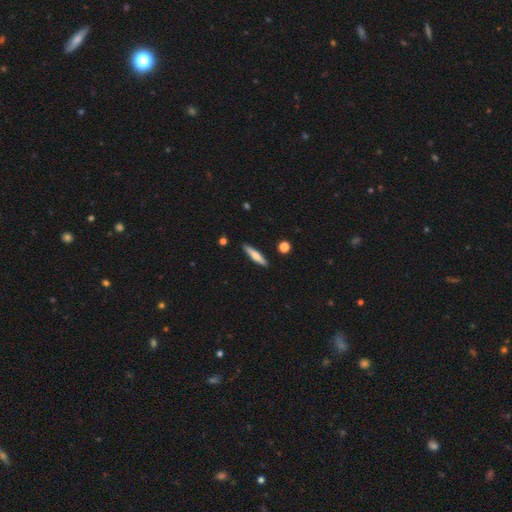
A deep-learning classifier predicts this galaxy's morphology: A smooth galaxy with no disk features (64%) that is cigar-shaped (86%). Merging: none (89%).